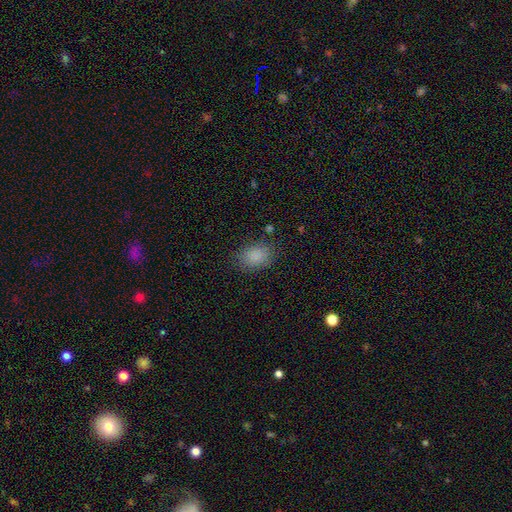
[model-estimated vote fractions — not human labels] Morphology: type=smooth (86%); roundness=in between (70%); merging=none (82%).